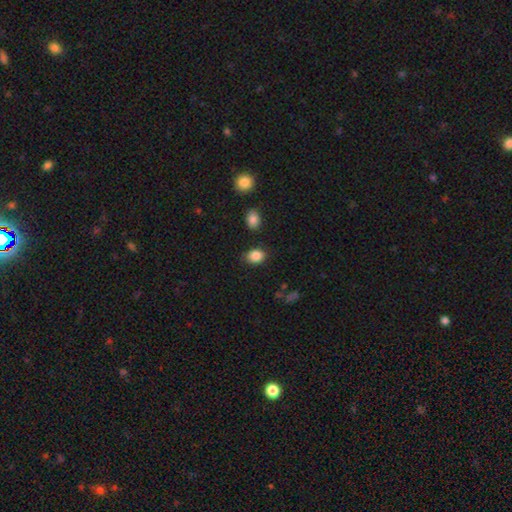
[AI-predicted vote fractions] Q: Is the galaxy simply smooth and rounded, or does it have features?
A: smooth — 87%.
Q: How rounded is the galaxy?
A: in between — 61%.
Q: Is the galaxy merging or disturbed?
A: none — 80%.